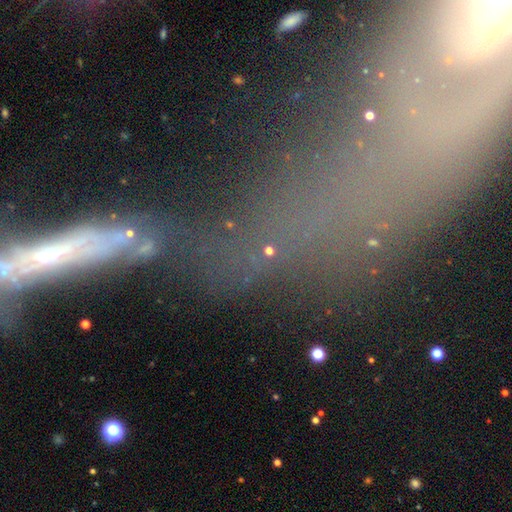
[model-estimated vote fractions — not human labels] Smooth or featured?
  - featured or disk: 39% *
  - star or artifact: 33%
  - smooth: 28%
Merging?
  - none: 30% *
  - merger: 28%
  - major disturbance: 26%
  - minor disturbance: 16%